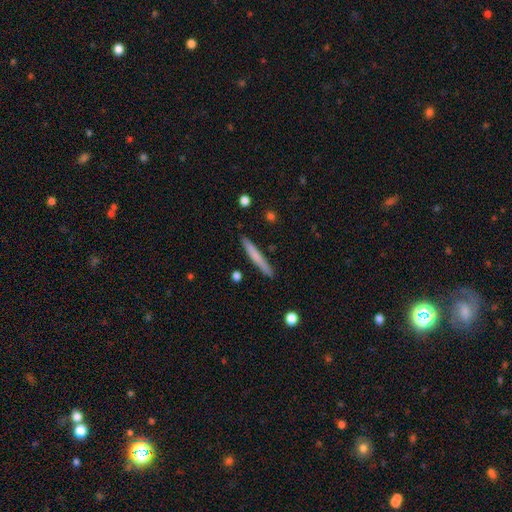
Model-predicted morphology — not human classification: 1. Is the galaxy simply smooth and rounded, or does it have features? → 68% smooth, 26% featured or disk, 6% star or artifact.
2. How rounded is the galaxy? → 97% cigar-shaped, 2% in between, 1% round.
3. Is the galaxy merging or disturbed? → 90% none, 7% minor disturbance, 2% merger, 1% major disturbance.